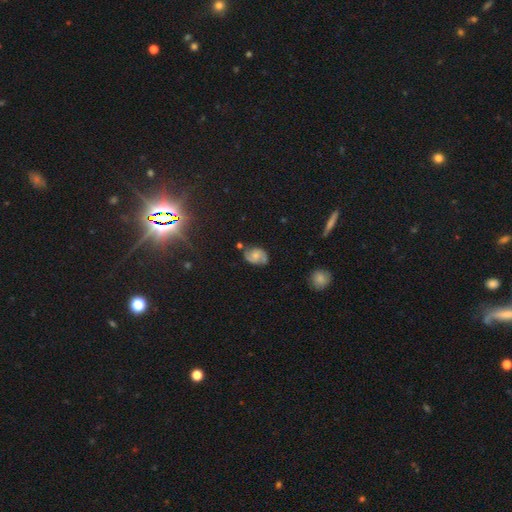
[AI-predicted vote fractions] Smooth or featured? featured or disk (61%)
Edge-on disk? no (97%)
Bar? no (62%)
Spiral arms? yes (90%)
Spiral winding? medium (48%)
Spiral arm count? 2 (85%)
Bulge size? moderate (44%)
Merging? none (70%)